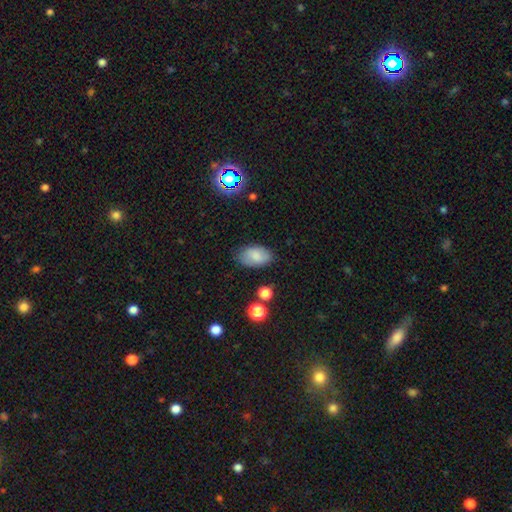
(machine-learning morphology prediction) Smooth or featured? smooth (77%)
How rounded? in between (91%)
Merging? none (78%)